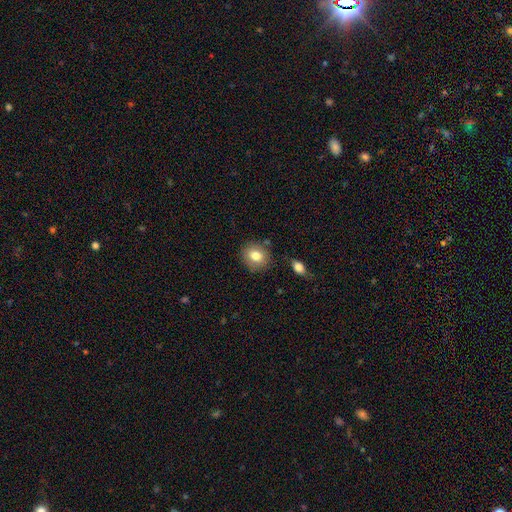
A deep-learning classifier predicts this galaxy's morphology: smooth-or-featured: smooth: 79% | featured or disk: 11% | star or artifact: 9%
  how-rounded: round: 77% | in between: 22% | cigar-shaped: 1%
  merging: none: 82% | minor disturbance: 11% | merger: 4% | major disturbance: 3%